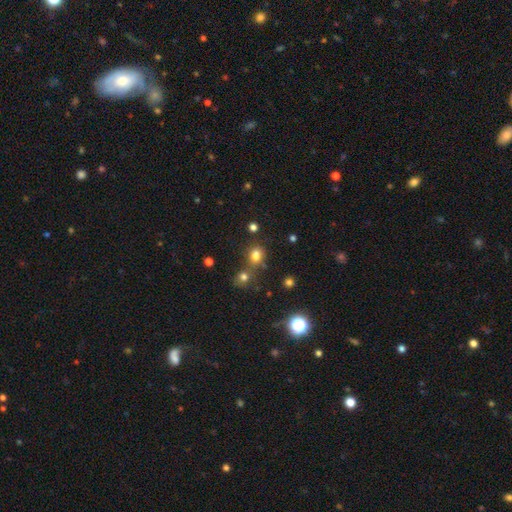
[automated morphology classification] Smooth or featured?
  - smooth: 73% *
  - star or artifact: 19%
  - featured or disk: 8%
How rounded?
  - in between: 50% *
  - round: 49%
  - cigar-shaped: 2%
Merging?
  - none: 56% *
  - merger: 26%
  - minor disturbance: 12%
  - major disturbance: 6%